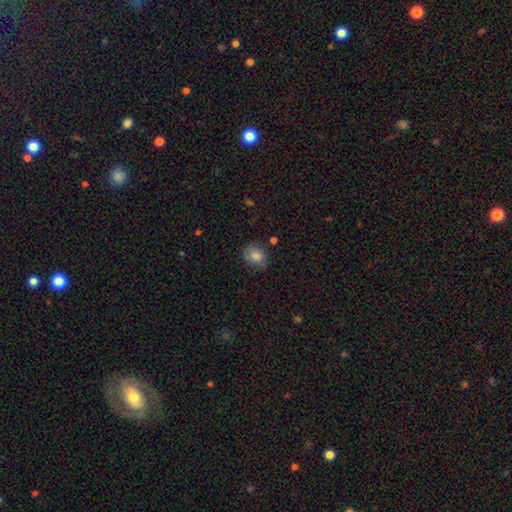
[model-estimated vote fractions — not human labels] A smooth galaxy with no disk features (76%) that is round (65%). Merging: none (70%).